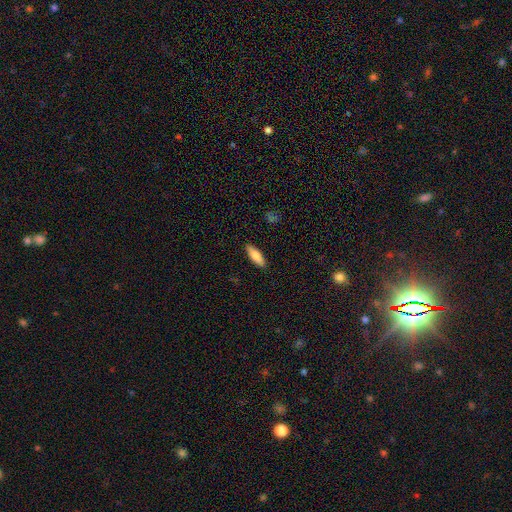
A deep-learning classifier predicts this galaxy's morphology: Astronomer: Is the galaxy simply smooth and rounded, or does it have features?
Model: smooth — 79%.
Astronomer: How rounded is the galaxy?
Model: in between — 54% (runner-up: cigar-shaped, 44%).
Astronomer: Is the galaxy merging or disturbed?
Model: none — 90%.